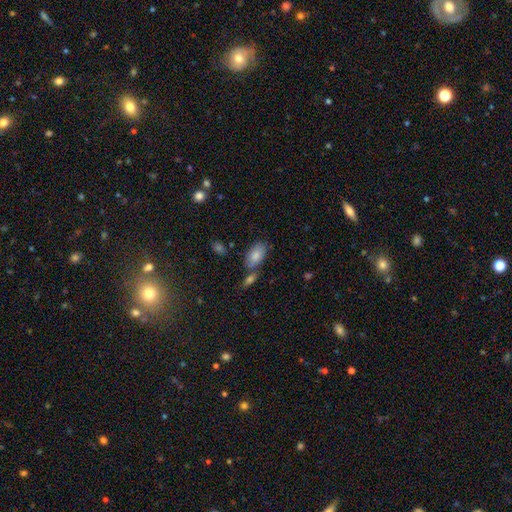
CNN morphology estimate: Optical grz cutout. It shows a smooth galaxy with no disk features (82%) that is in between round and cigar-shaped (93%). Merging: none (60%).